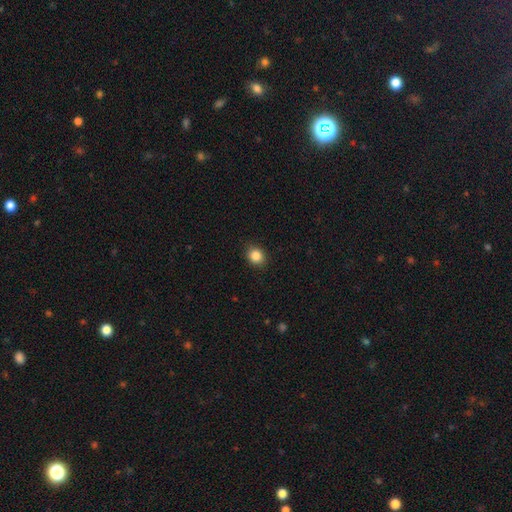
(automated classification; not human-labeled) Overall: smooth (86%). How rounded: round (60%; in between 39%). Merging: none (88%).